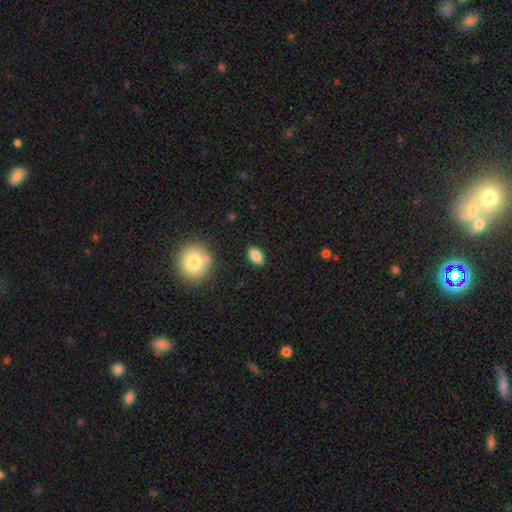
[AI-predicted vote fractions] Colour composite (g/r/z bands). It shows a smooth galaxy with no disk features (85%) that is in between round and cigar-shaped (91%). Merging: none (88%).